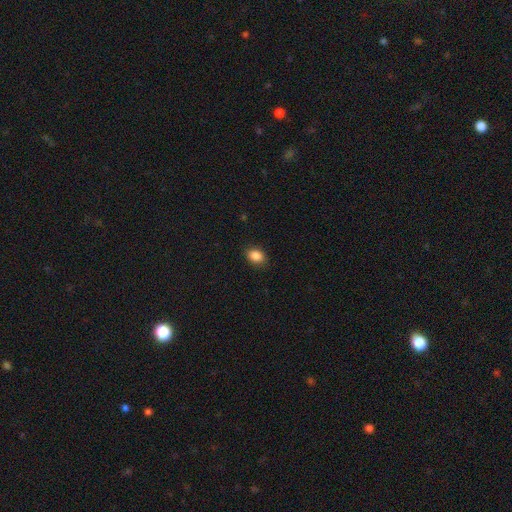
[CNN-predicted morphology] smooth 87%, star or artifact 9%, featured or disk 4%. Down the decision tree: how rounded — in between (70%); merging — none (87%).